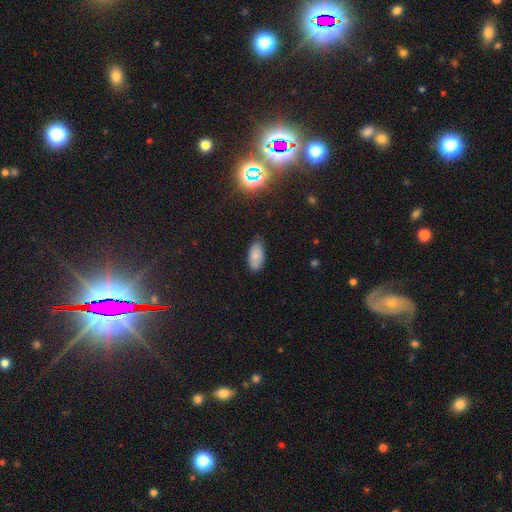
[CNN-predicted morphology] Smooth or featured?
  - smooth: 81% *
  - featured or disk: 10%
  - star or artifact: 10%
How rounded?
  - in between: 93% *
  - cigar-shaped: 5%
  - round: 3%
Merging?
  - none: 76% *
  - minor disturbance: 20%
  - major disturbance: 3%
  - merger: 1%